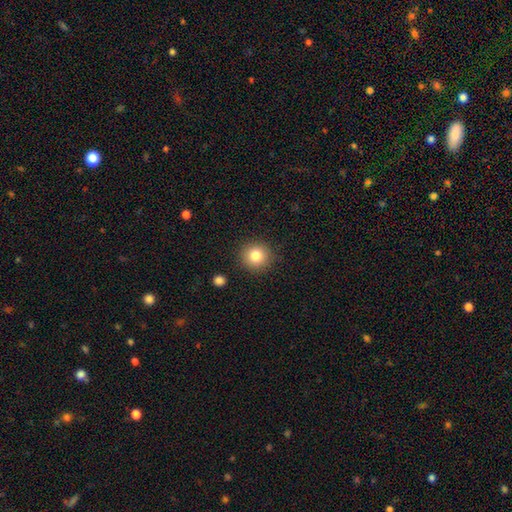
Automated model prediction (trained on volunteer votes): The model was most divided on "smooth or featured": smooth: 81%, star or artifact: 11%, featured or disk: 8%. More confident: how rounded — round (93%); merging — none (89%).